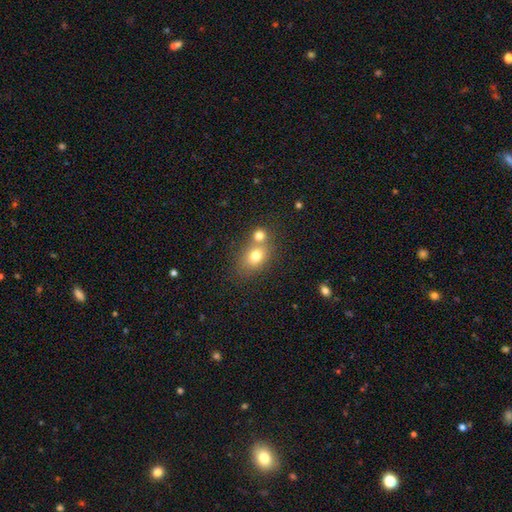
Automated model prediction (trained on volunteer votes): smooth_or_featured: smooth (p=0.76) [alt: featured or disk p=0.13]
how_rounded: in between (p=0.59) [alt: round p=0.39]
merging: none (p=0.45) [alt: merger p=0.42]